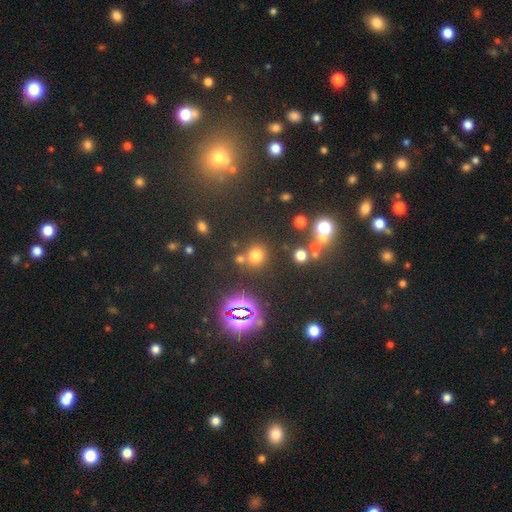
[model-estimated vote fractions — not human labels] Morphology: type=smooth (64%); roundness=round (87%); merging=none (75%).